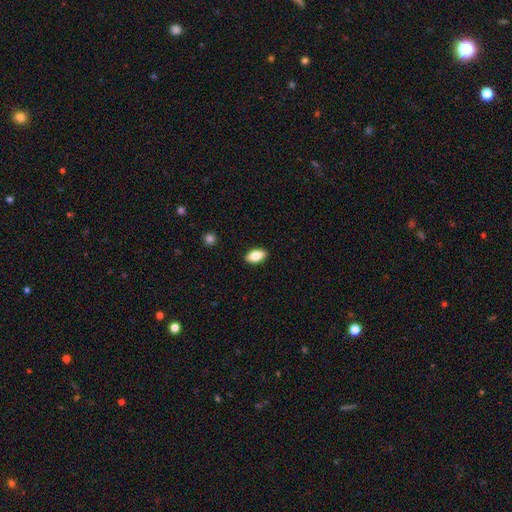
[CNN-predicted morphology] A smooth galaxy with no disk features (82%) that is in between round and cigar-shaped (91%).

Vote fractions:
- Smooth or featured? smooth: 82% / featured or disk: 11% / star or artifact: 7%
- How rounded? in between: 91% / round: 5% / cigar-shaped: 3%
- Merging? none: 90% / minor disturbance: 8% / major disturbance: 2% / merger: 1%